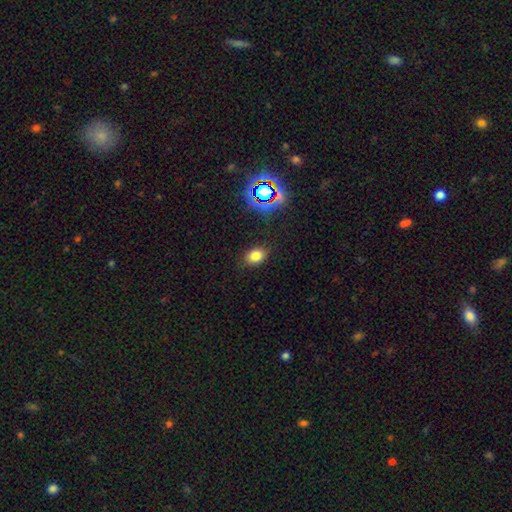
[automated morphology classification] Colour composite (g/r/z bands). It shows a smooth galaxy with no disk features (77%) that is in between round and cigar-shaped (71%). Merging: none (83%).